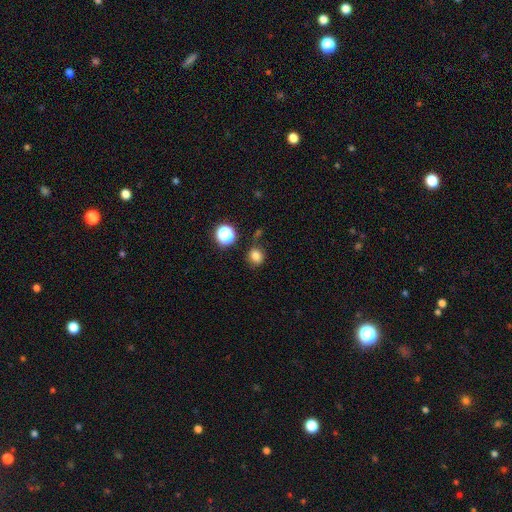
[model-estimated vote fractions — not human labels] smooth-or-featured: smooth: 80% | star or artifact: 15% | featured or disk: 5%
  how-rounded: round: 76% | in between: 23% | cigar-shaped: 1%
  merging: none: 76% | minor disturbance: 14% | merger: 5% | major disturbance: 4%